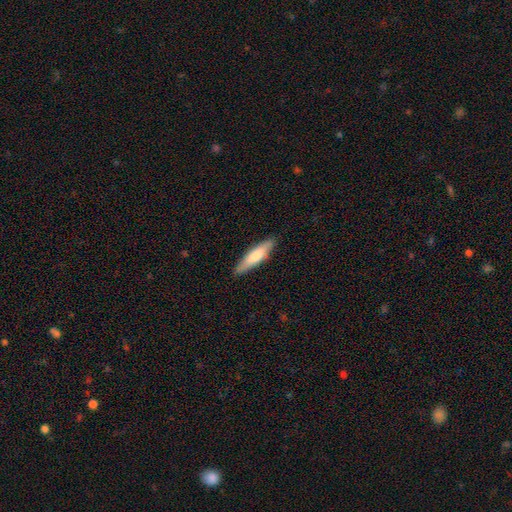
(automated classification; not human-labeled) Q: Smooth or featured?
A: smooth (69%); runner-up: featured or disk (26%)
Q: How rounded?
A: cigar-shaped (76%); runner-up: in between (23%)
Q: Merging?
A: none (87%); runner-up: minor disturbance (10%)